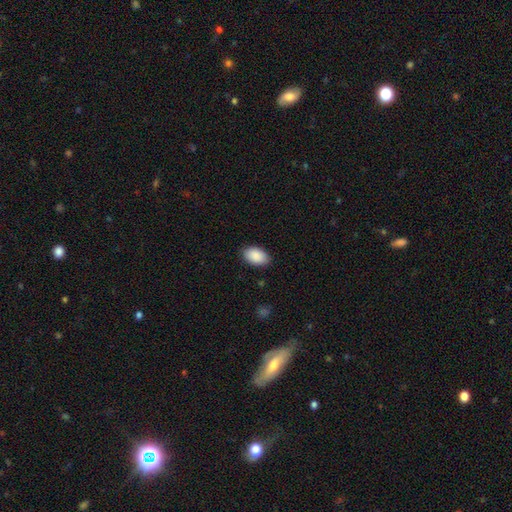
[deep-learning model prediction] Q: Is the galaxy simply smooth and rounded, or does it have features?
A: smooth — 91%.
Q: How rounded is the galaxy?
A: in between — 93%.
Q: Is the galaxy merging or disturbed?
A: none — 86%.